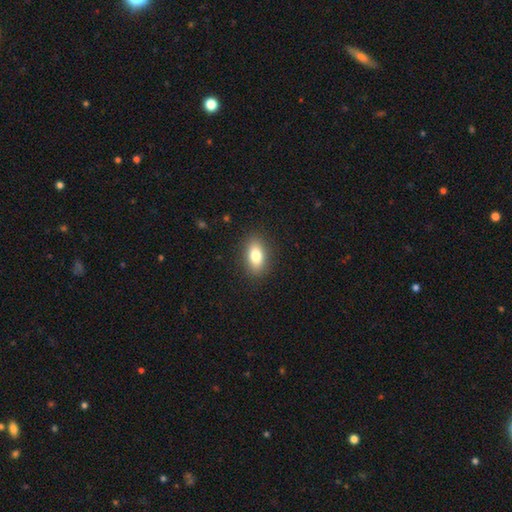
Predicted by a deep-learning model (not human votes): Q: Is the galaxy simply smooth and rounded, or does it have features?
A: smooth — 80%.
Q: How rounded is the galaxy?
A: in between — 86%.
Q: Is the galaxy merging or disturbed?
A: none — 88%.